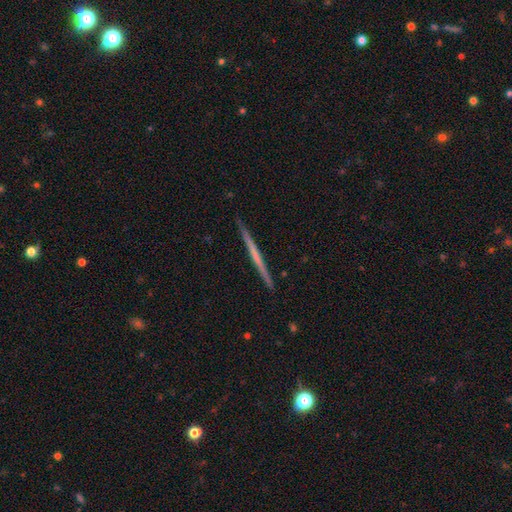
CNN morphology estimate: The model was most divided on "smooth or featured": featured or disk: 60%, smooth: 35%, star or artifact: 5%. More confident: edge-on disk — yes (98%); merging — none (92%); edge-on bulge — none (87%).